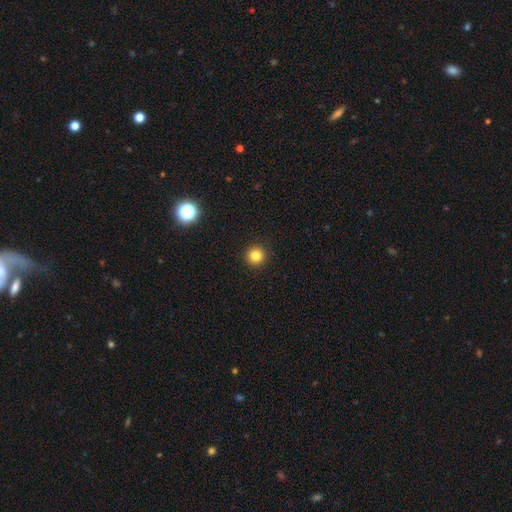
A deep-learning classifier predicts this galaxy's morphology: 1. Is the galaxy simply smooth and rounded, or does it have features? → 82% smooth, 13% star or artifact, 5% featured or disk.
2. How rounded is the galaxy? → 95% round, 4% in between, 1% cigar-shaped.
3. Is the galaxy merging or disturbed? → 93% none, 5% minor disturbance, 2% major disturbance, 1% merger.